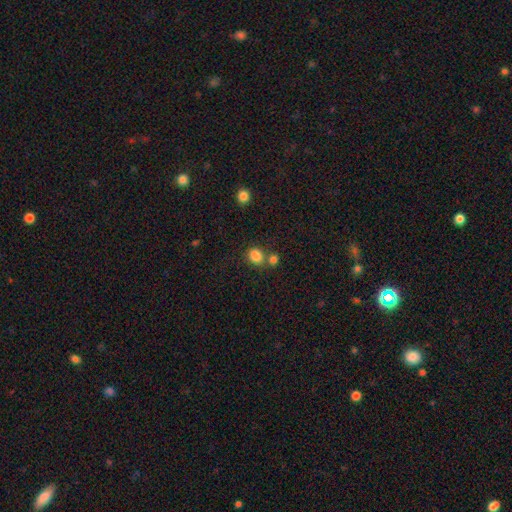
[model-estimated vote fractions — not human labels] A smooth galaxy with no disk features (84%) that is round (60%).

Vote fractions:
- Smooth or featured? smooth: 84% / star or artifact: 11% / featured or disk: 5%
- How rounded? round: 60% / in between: 39% / cigar-shaped: 1%
- Merging? none: 59% / merger: 27% / minor disturbance: 11% / major disturbance: 4%